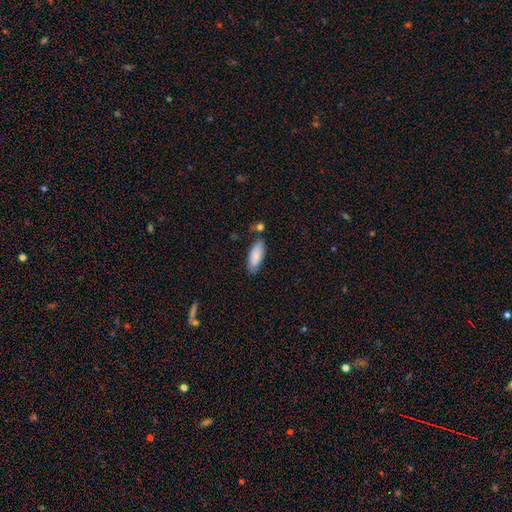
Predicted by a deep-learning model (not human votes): A smooth galaxy with no disk features (86%) that is in between round and cigar-shaped (77%).

Vote fractions:
- Smooth or featured? smooth: 86% / featured or disk: 8% / star or artifact: 6%
- How rounded? in between: 77% / cigar-shaped: 22% / round: 2%
- Merging? none: 72% / minor disturbance: 17% / merger: 7% / major disturbance: 4%